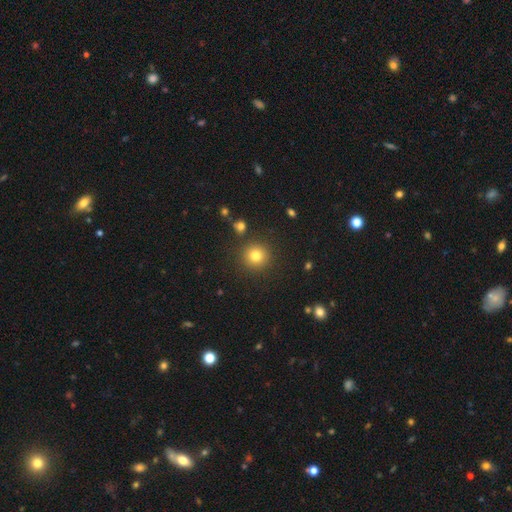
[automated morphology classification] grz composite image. It shows a smooth galaxy with no disk features (80%) that is round (94%). Merging: none (89%).